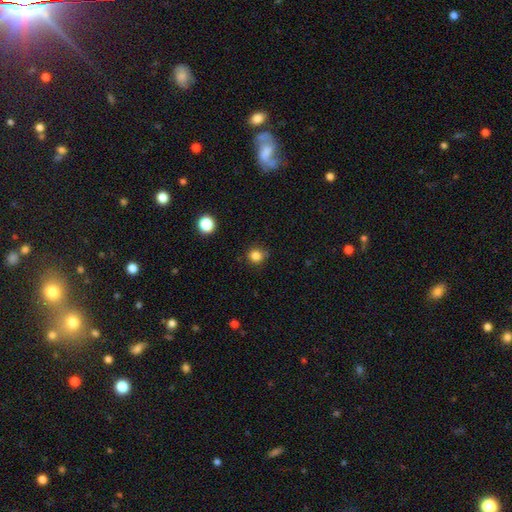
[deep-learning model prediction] Morphology: type=smooth (83%); roundness=round (88%); merging=none (81%).